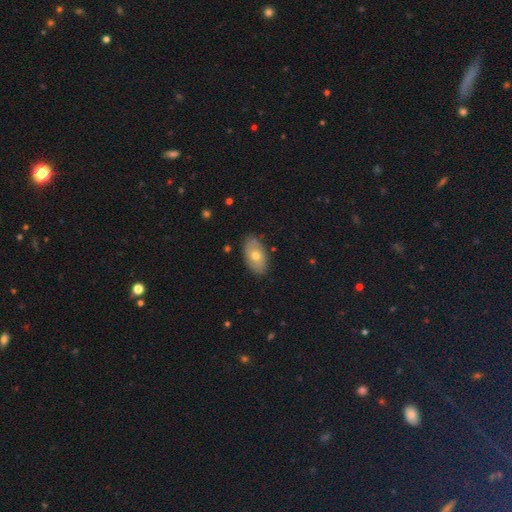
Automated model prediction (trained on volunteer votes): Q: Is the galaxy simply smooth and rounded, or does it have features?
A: smooth — 63%.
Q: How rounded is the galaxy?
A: in between — 92%.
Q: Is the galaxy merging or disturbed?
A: none — 83%.